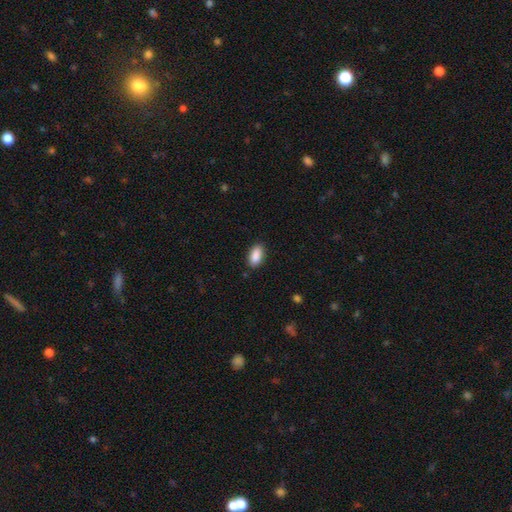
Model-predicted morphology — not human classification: smooth 89%, star or artifact 7%, featured or disk 4%. Down the decision tree: how rounded — in between (93%); merging — none (87%).